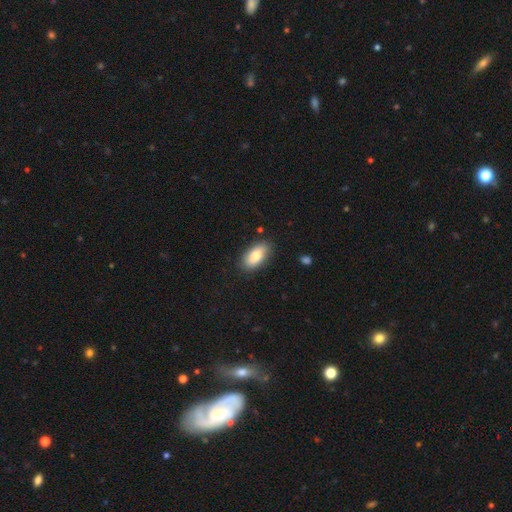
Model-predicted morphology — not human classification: The model was most divided on "smooth or featured": smooth: 82%, featured or disk: 11%, star or artifact: 7%. More confident: how rounded — in between (91%); merging — none (85%).